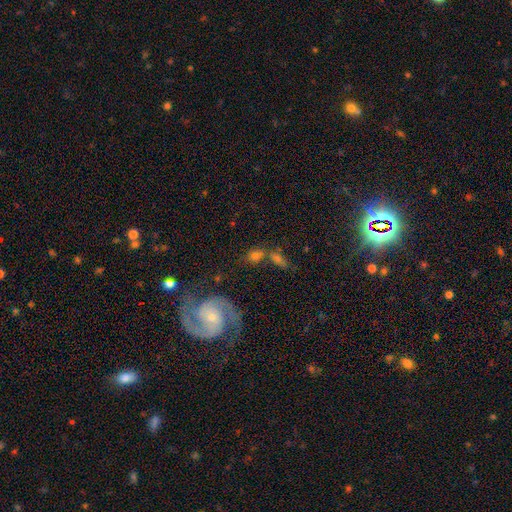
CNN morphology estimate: This is marginally a smooth galaxy (44%). Merging: possibly none (49%).